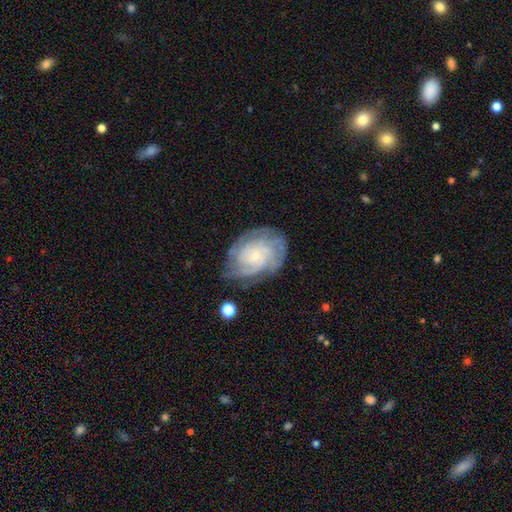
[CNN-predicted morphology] smooth-or-featured: featured or disk: 83% | smooth: 11% | star or artifact: 6%
  disk-edge-on: no: 97% | yes: 3%
    bar: no: 79% | weak: 17% | strong: 3%
    has-spiral-arms: yes: 94% | no: 6%
      spiral-winding: tight: 71% | medium: 24% | loose: 6%
      spiral-arm-count: can't tell: 34% | 4: 22% | 3: 17% | 2: 11% | more than 4: 10% | 1: 6%
    bulge-size: small: 81% | moderate: 14% | none: 2% | large: 1% | dominant: 1%
  merging: none: 72% | minor disturbance: 18% | major disturbance: 8% | merger: 2%